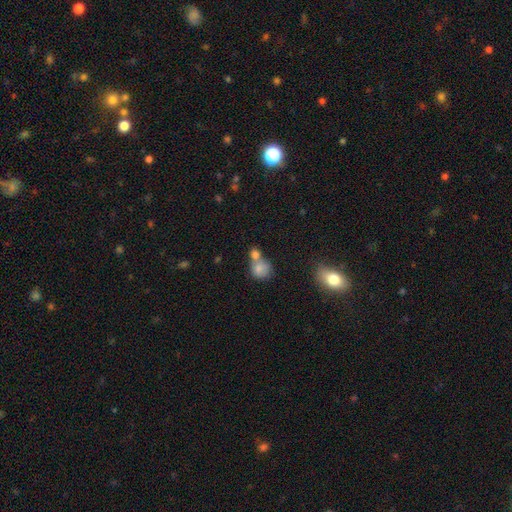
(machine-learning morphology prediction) type=smooth (77%); roundness=round (70%); merging=merger (53%).